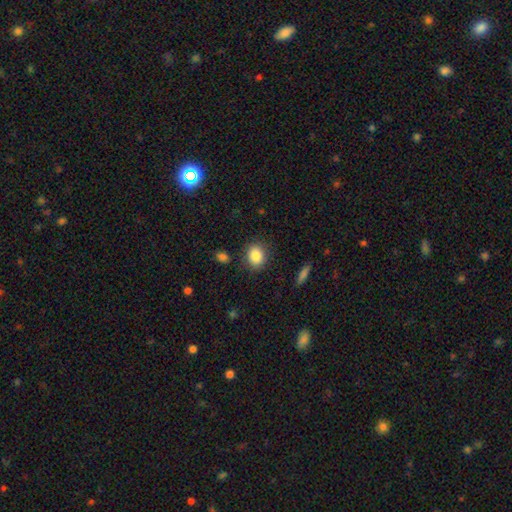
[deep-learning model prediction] Smooth or featured? Predicted: smooth (p=0.86). How rounded? Predicted: round (p=0.51). Merging? Predicted: none (p=0.83).